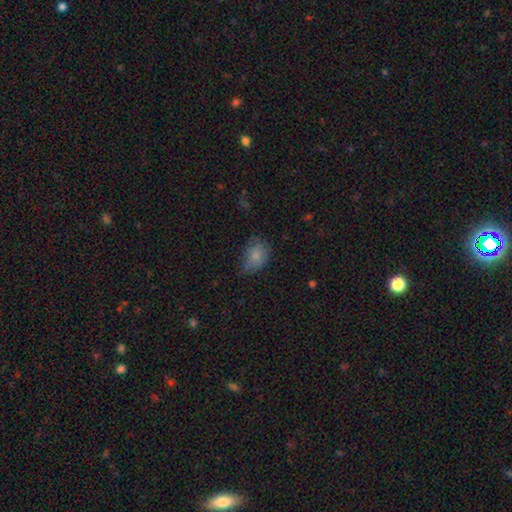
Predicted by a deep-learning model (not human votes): smooth-or-featured: smooth: 79% | featured or disk: 11% | star or artifact: 10%
  how-rounded: in between: 74% | round: 25% | cigar-shaped: 1%
  merging: none: 50% | minor disturbance: 37% | major disturbance: 12% | merger: 2%